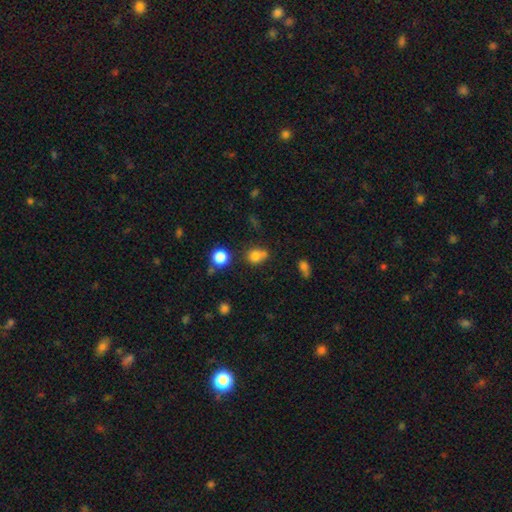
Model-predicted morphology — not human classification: smooth-or-featured: smooth: 77% | star or artifact: 14% | featured or disk: 8%
  how-rounded: round: 64% | in between: 35% | cigar-shaped: 1%
  merging: none: 53% | merger: 21% | minor disturbance: 19% | major disturbance: 7%